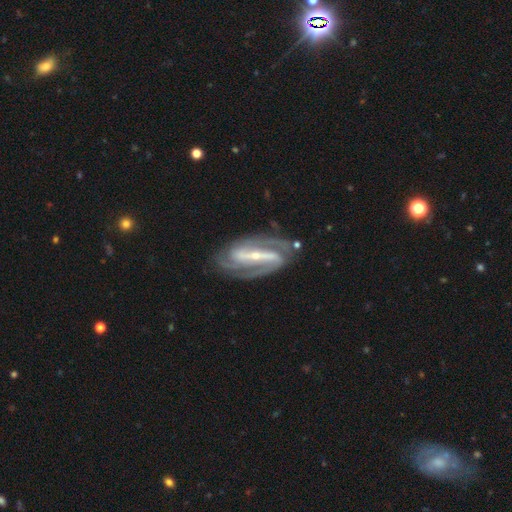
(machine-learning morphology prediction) This appears to be a featured or disk galaxy (91%) with a strong bar (82%), 2 (80%) tight (45%) spiral arms (97%) and a small central bulge (72%). Merging: none (79%).